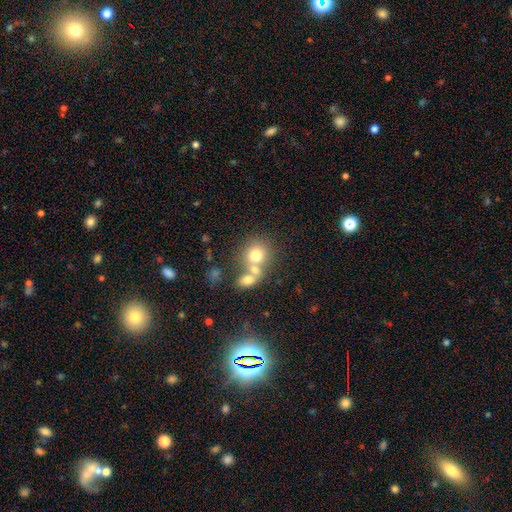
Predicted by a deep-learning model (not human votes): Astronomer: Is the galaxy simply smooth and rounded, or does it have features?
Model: smooth — 71%.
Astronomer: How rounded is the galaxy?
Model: round — 76%.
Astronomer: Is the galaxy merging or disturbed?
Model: merger — 50% (runner-up: none, 38%).